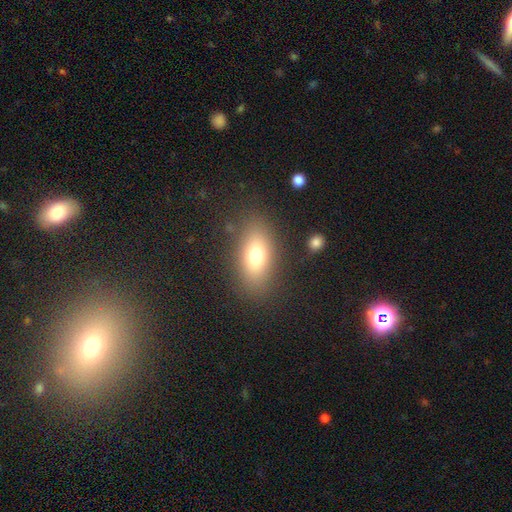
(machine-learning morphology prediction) A smooth galaxy with no disk features (72%) that is in between round and cigar-shaped (84%). Merging: none (82%).